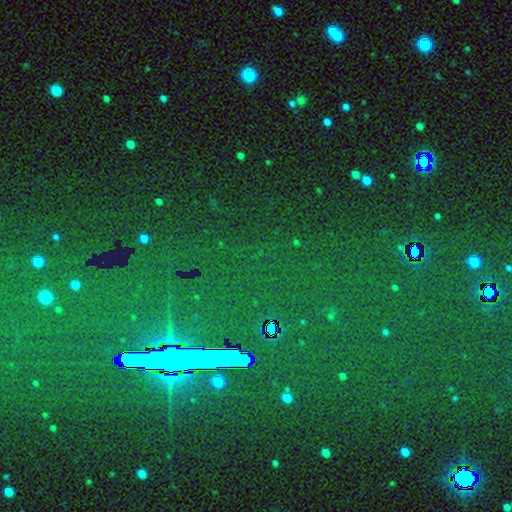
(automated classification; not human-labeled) smooth_or_featured: star or artifact (p=0.80) [alt: smooth p=0.12]